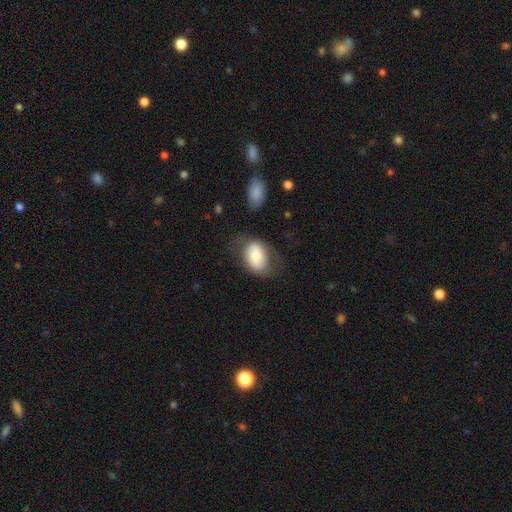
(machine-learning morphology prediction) type=smooth (66%); roundness=in between (83%); merging=none (62%).